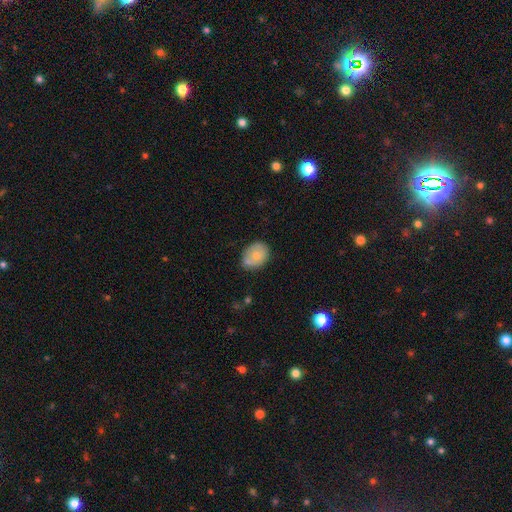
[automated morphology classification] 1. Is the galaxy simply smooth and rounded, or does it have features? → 71% smooth, 21% featured or disk, 8% star or artifact.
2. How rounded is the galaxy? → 63% in between, 36% round, 1% cigar-shaped.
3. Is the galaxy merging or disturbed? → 57% none, 24% minor disturbance, 13% merger, 6% major disturbance.